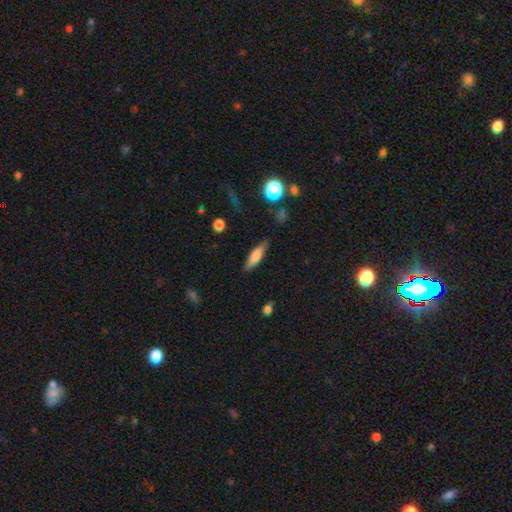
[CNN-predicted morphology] type=smooth (65%); roundness=cigar-shaped (61%); merging=none (81%).